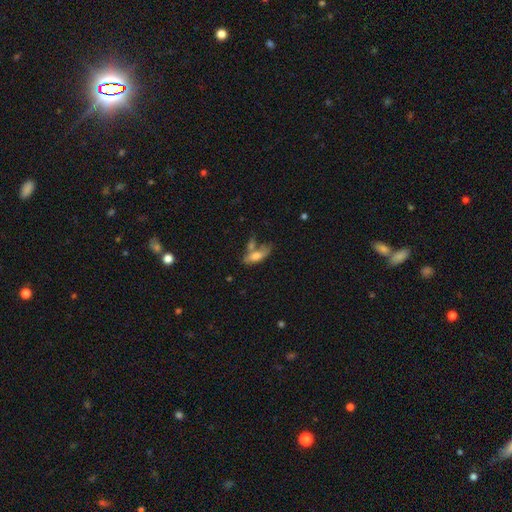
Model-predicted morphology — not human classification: A smooth galaxy with no disk features (69%) that is in between round and cigar-shaped (68%). Merging: none (41%).